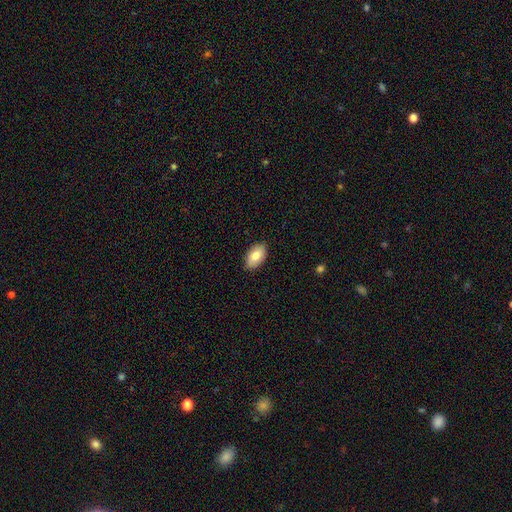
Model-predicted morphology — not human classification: Q: Smooth or featured?
A: smooth (80%); runner-up: featured or disk (14%)
Q: How rounded?
A: in between (93%); runner-up: round (5%)
Q: Merging?
A: none (88%); runner-up: minor disturbance (10%)